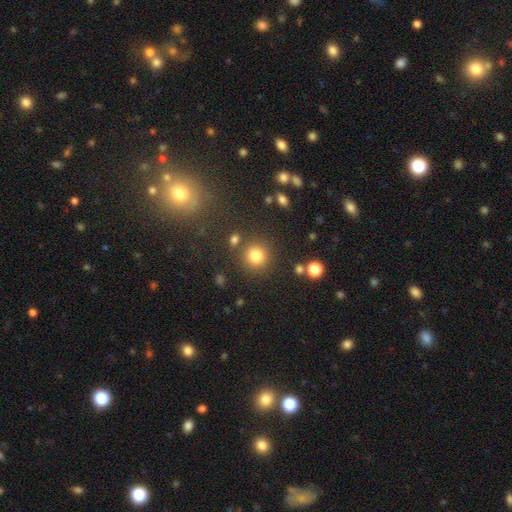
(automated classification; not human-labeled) This appears to be a smooth galaxy with no disk features (81%) that is round (92%). Merging: none (82%).